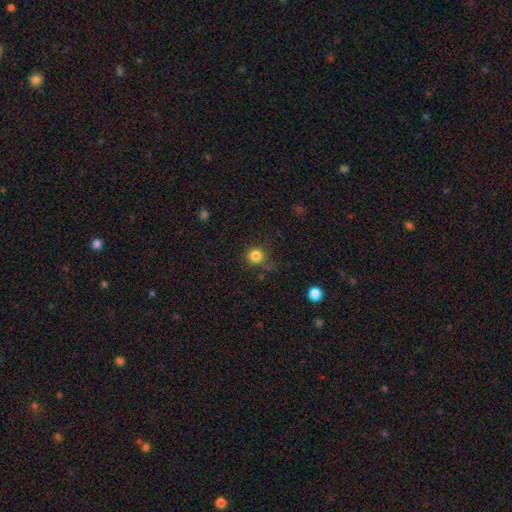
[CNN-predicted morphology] smooth_or_featured: smooth (p=0.82) [alt: star or artifact p=0.12]
how_rounded: round (p=0.91) [alt: in between p=0.08]
merging: none (p=0.71) [alt: minor disturbance p=0.18]